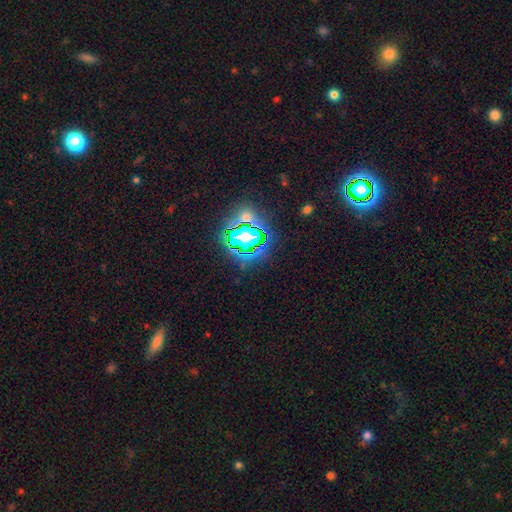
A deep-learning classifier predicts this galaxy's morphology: Smooth or featured? star or artifact (82%)